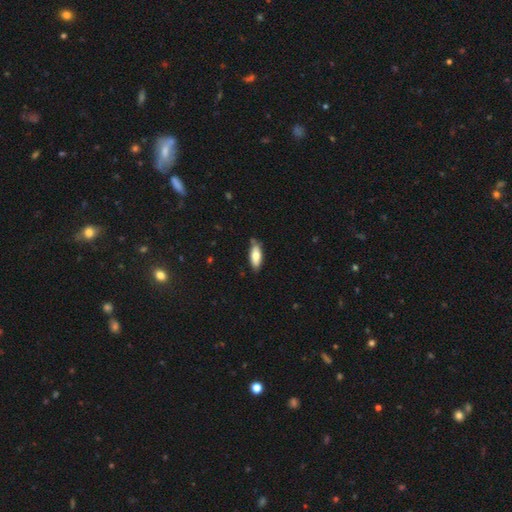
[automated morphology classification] A smooth galaxy with no disk features (76%) that is in between round and cigar-shaped (73%). Merging: none (77%).